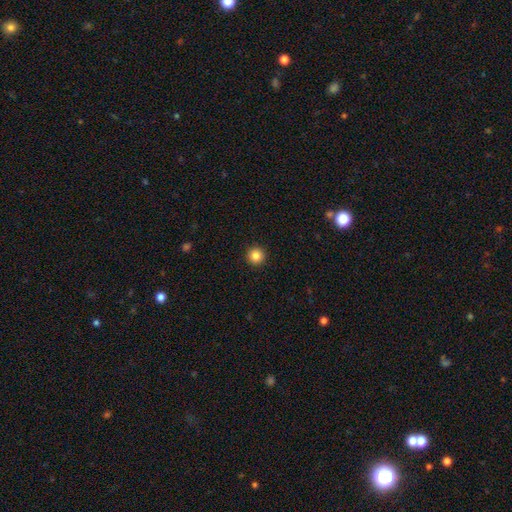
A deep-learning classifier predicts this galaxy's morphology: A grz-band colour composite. It shows a smooth galaxy with no disk features (85%) that is round (96%). Merging: none (94%).